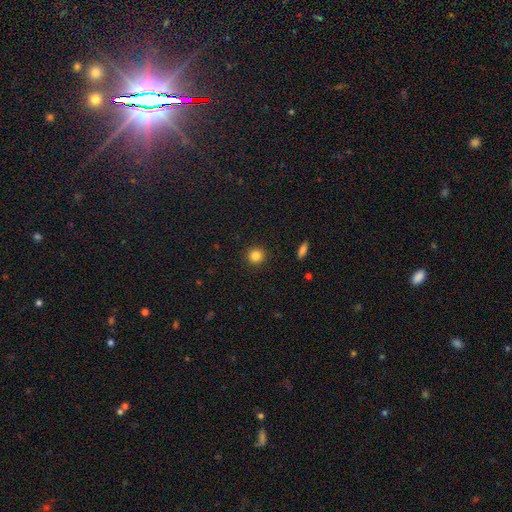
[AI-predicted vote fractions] Smooth or featured? Predicted: smooth (p=0.84). How rounded? Predicted: round (p=0.94). Merging? Predicted: none (p=0.92).